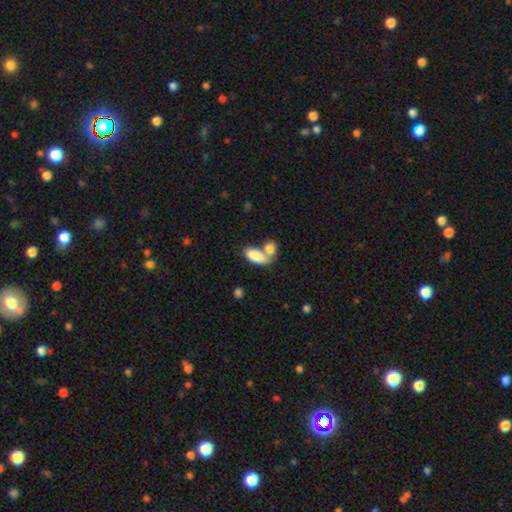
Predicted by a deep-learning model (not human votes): Overall: smooth (84%). How rounded: in between (90%). Merging: merger (58%; none 27%).